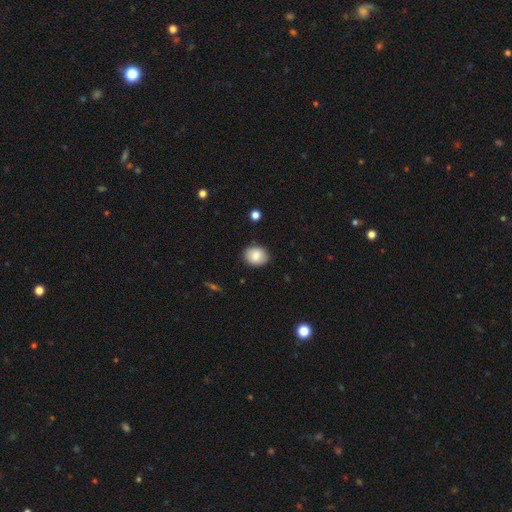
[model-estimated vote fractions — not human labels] Q: Smooth or featured?
A: smooth (84%); runner-up: star or artifact (8%)
Q: How rounded?
A: round (58%); runner-up: in between (41%)
Q: Merging?
A: none (87%); runner-up: minor disturbance (10%)